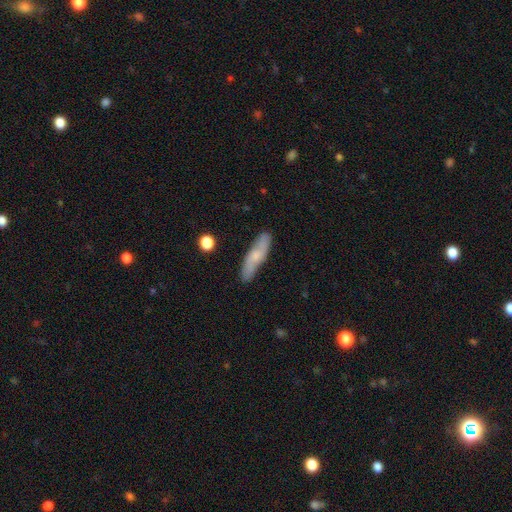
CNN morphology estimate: Smooth or featured: smooth — 55% (featured or disk — 38%)
How rounded: cigar-shaped — 73% (in between — 25%)
Merging: none — 84% (minor disturbance — 12%)